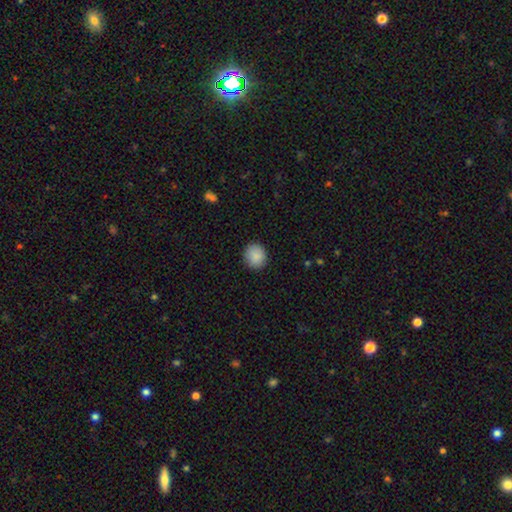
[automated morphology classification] Q: Smooth or featured?
A: smooth (88%); runner-up: star or artifact (8%)
Q: How rounded?
A: round (84%); runner-up: in between (16%)
Q: Merging?
A: none (90%); runner-up: minor disturbance (7%)